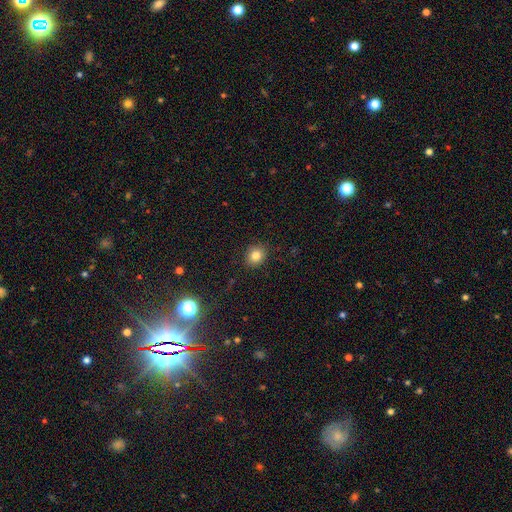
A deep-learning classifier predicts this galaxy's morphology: Smooth or featured? Predicted: smooth (p=0.81). How rounded? Predicted: round (p=0.74). Merging? Predicted: none (p=0.87).